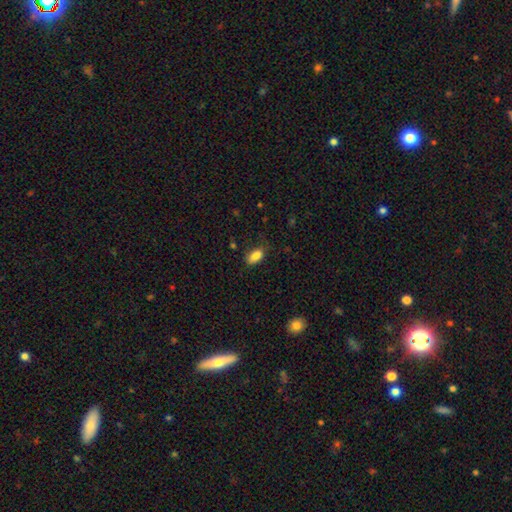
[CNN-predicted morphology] This appears to be a smooth galaxy with no disk features (86%) that is in between round and cigar-shaped (91%). Merging: none (71%).